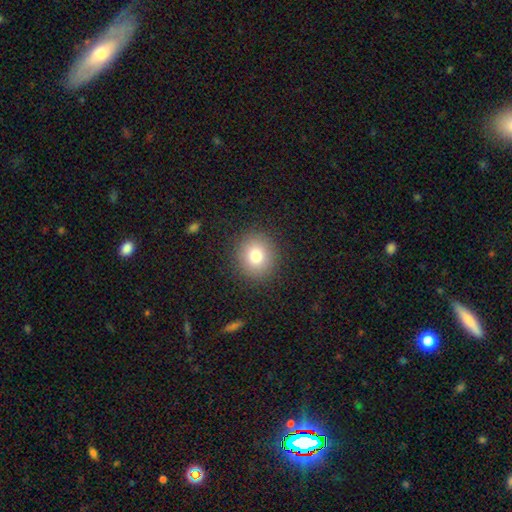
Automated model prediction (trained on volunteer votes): smooth-or-featured: smooth: 79% | star or artifact: 12% | featured or disk: 10%
  how-rounded: round: 87% | in between: 12% | cigar-shaped: 1%
  merging: none: 90% | minor disturbance: 7% | major disturbance: 3% | merger: 1%